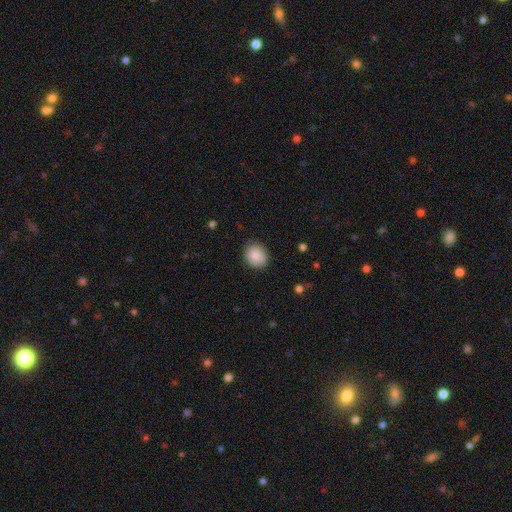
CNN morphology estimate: smooth_or_featured: smooth (p=0.86) [alt: star or artifact p=0.07]
how_rounded: round (p=0.64) [alt: in between p=0.35]
merging: none (p=0.81) [alt: minor disturbance p=0.15]